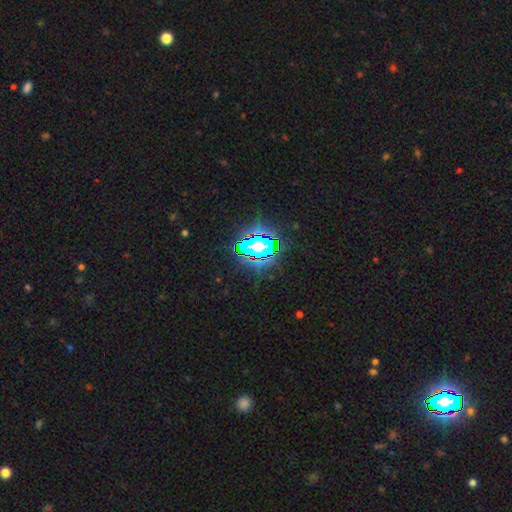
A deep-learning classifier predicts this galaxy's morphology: This appears to be a star or artifact, not a galaxy (77%).